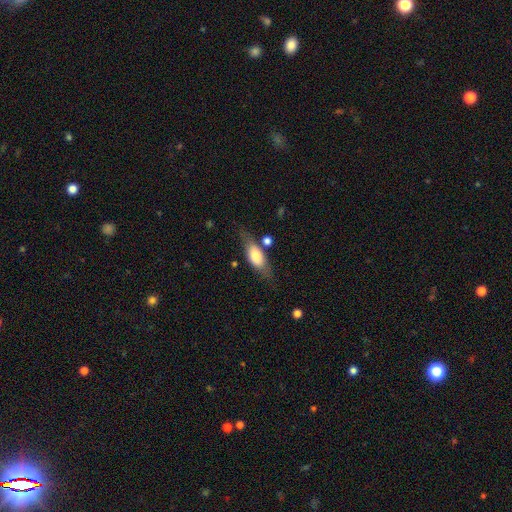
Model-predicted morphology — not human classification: smooth-or-featured: smooth: 63% | featured or disk: 31% | star or artifact: 7%
  how-rounded: in between: 69% | cigar-shaped: 27% | round: 4%
  merging: none: 67% | minor disturbance: 19% | merger: 7% | major disturbance: 7%